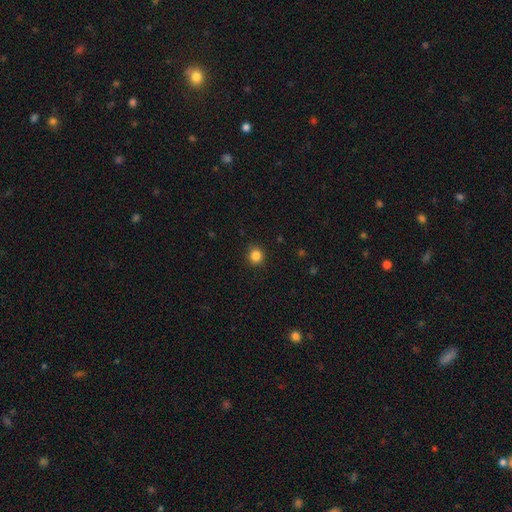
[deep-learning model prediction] Smooth or featured: smooth — 85% (star or artifact — 11%)
How rounded: round — 90% (in between — 9%)
Merging: none — 90% (minor disturbance — 7%)